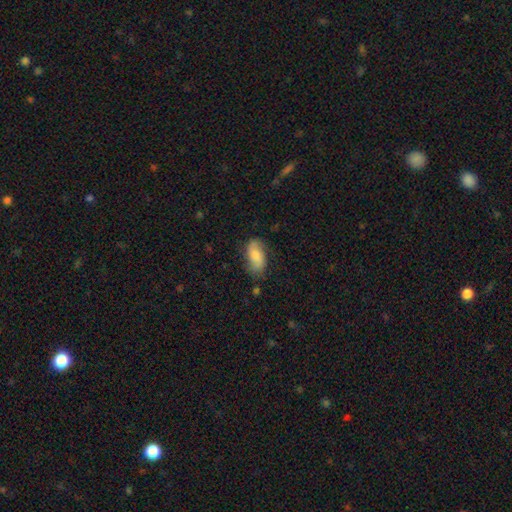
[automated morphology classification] Overall: smooth (65%; featured or disk 28%). How rounded: in between (91%). Merging: none (66%).